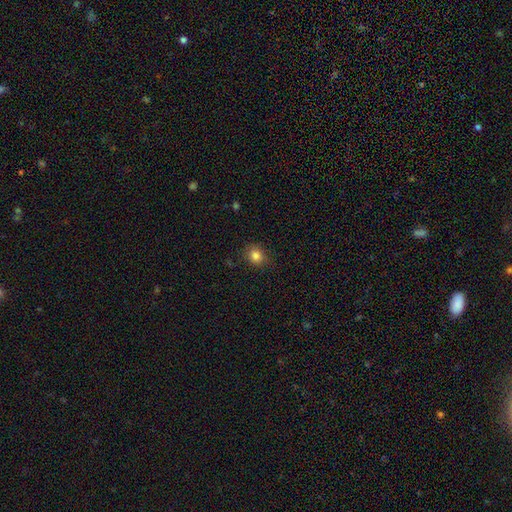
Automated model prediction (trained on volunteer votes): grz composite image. It shows a smooth galaxy with no disk features (84%) that is round (73%). Merging: none (84%).